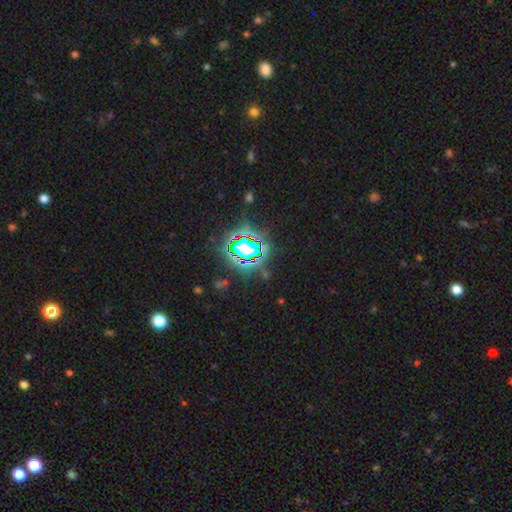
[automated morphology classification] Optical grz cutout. It shows a star or artifact, not a galaxy (79%).